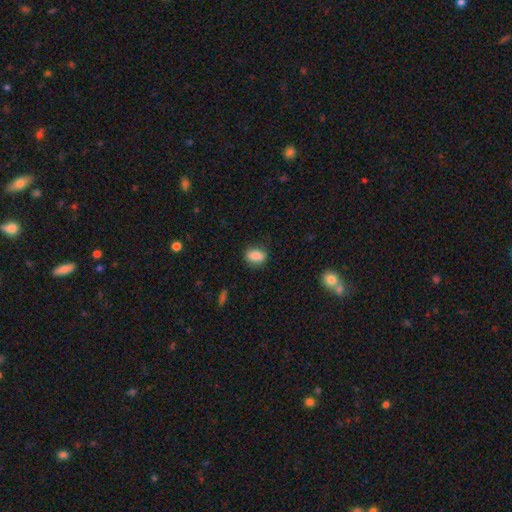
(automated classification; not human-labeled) A smooth galaxy with no disk features (84%) that is in between round and cigar-shaped (74%).

Vote fractions:
- Smooth or featured? smooth: 84% / star or artifact: 8% / featured or disk: 8%
- How rounded? in between: 74% / round: 24% / cigar-shaped: 2%
- Merging? none: 80% / minor disturbance: 15% / major disturbance: 3% / merger: 1%